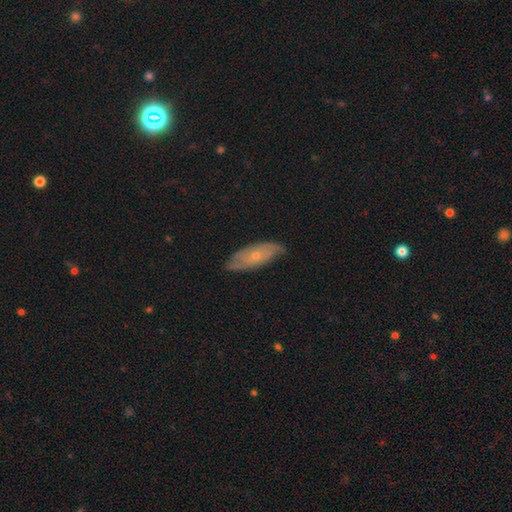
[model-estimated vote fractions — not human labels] Q: Smooth or featured?
A: featured or disk (57%); runner-up: smooth (37%)
Q: Edge-on disk?
A: no (80%); runner-up: yes (20%)
Q: Merging?
A: none (75%); runner-up: minor disturbance (20%)